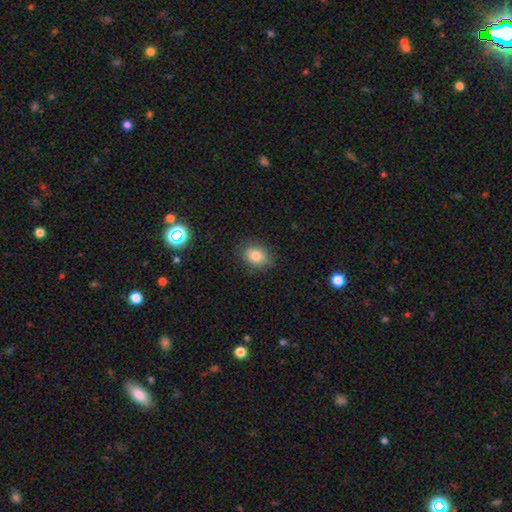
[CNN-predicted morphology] A smooth galaxy with no disk features (81%) that is in between round and cigar-shaped (61%).

Vote fractions:
- Smooth or featured? smooth: 81% / star or artifact: 10% / featured or disk: 9%
- How rounded? in between: 61% / round: 38% / cigar-shaped: 1%
- Merging? none: 82% / minor disturbance: 13% / major disturbance: 3% / merger: 1%